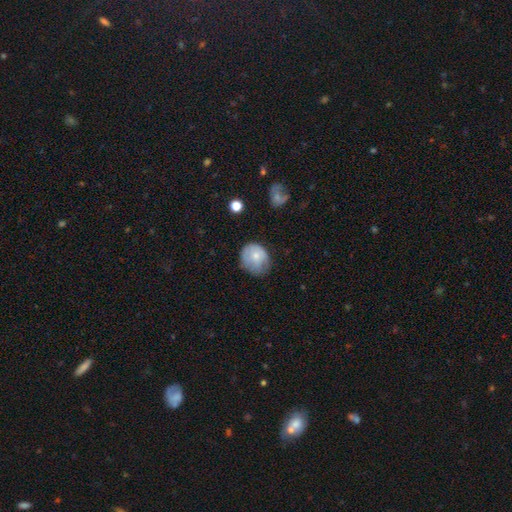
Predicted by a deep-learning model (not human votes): Overall: smooth (72%). How rounded: round (70%). Merging: none (55%; minor disturbance 32%).